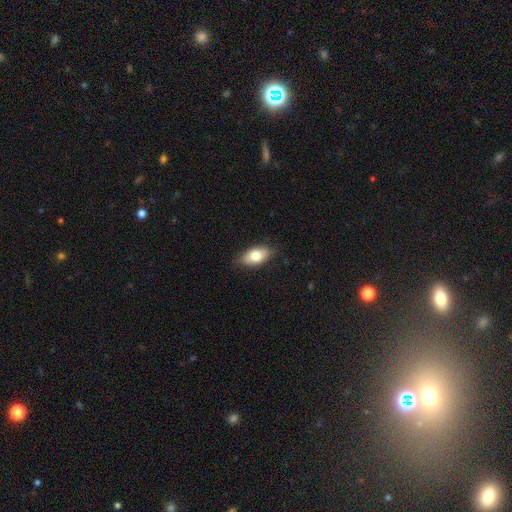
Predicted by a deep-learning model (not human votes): smooth 78%, featured or disk 16%, star or artifact 7%. Down the decision tree: how rounded — in between (90%); merging — none (83%).